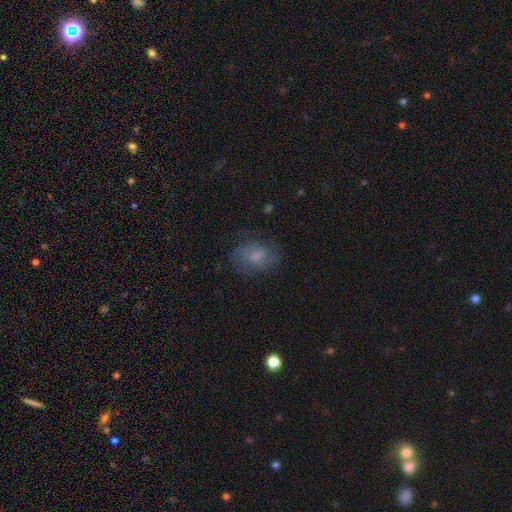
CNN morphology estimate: This appears to be a featured or disk galaxy (46%). Merging: none (66%).